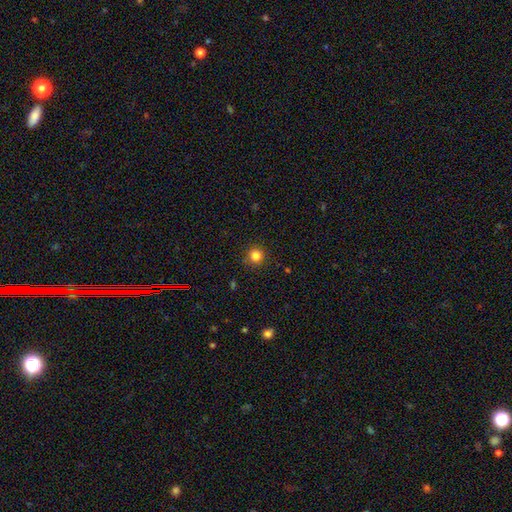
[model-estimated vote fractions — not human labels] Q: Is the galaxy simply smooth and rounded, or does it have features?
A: smooth — 83%.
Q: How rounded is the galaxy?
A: round — 94%.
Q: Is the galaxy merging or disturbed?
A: none — 90%.